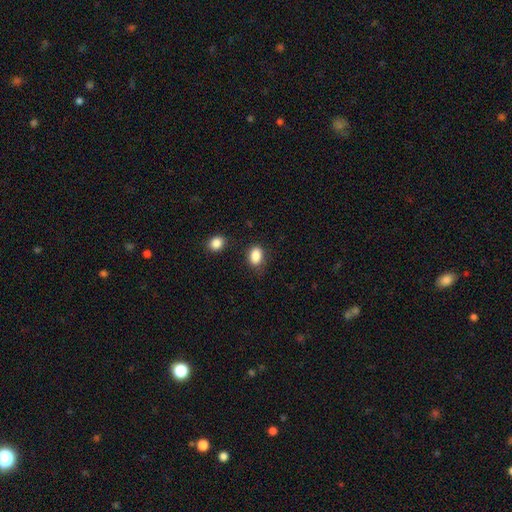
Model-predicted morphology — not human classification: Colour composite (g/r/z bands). It shows a smooth galaxy with no disk features (87%) that is in between round and cigar-shaped (79%). Merging: none (74%).